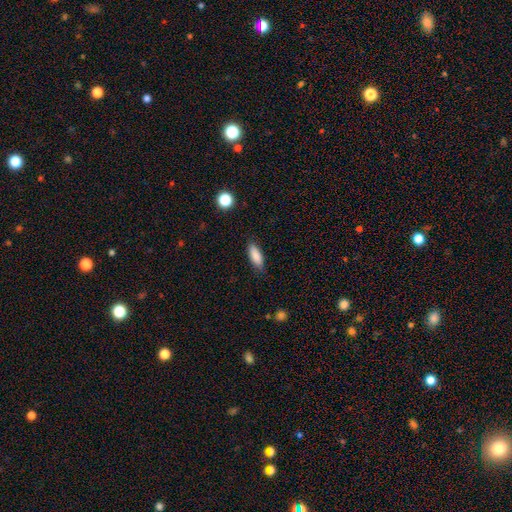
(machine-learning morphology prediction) smooth_or_featured: smooth (p=0.86) [alt: star or artifact p=0.07]
how_rounded: in between (p=0.64) [alt: cigar-shaped p=0.34]
merging: none (p=0.84) [alt: minor disturbance p=0.12]